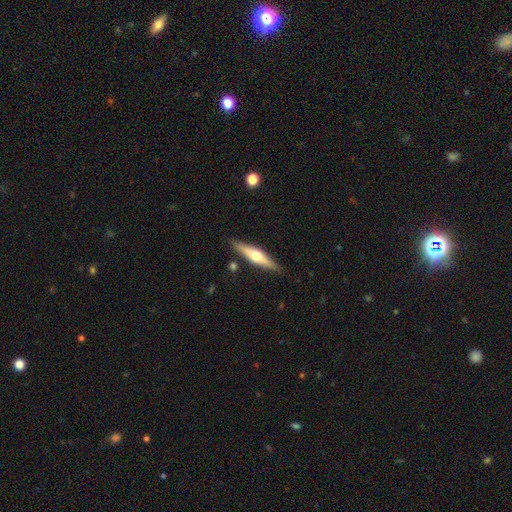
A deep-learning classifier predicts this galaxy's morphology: type=featured or disk (60%); edge-on=yes (94%); edge-on bulge=rounded (92%); merging=none (87%).